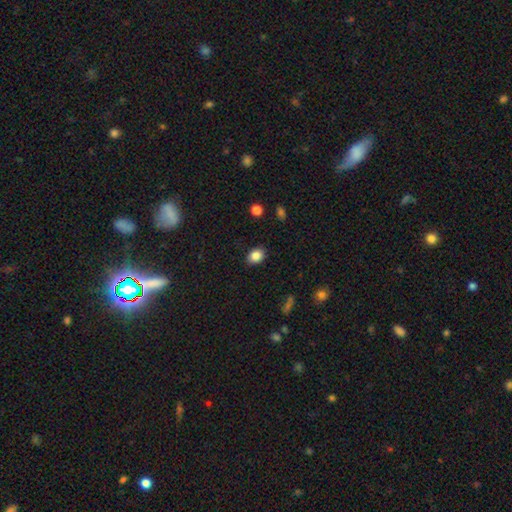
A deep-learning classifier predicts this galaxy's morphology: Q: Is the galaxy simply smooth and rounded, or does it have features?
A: smooth — 86%.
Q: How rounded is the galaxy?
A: in between — 68%.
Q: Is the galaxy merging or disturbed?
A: none — 86%.